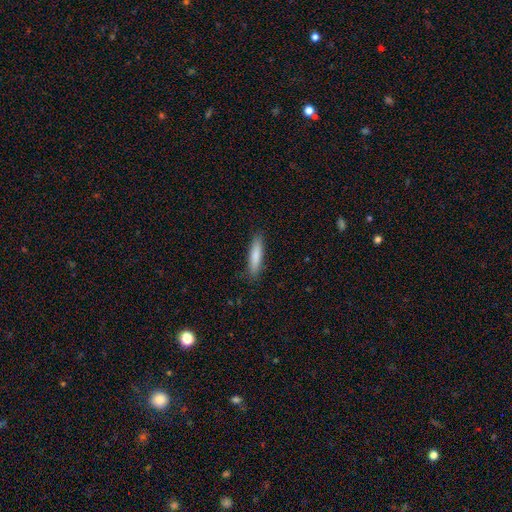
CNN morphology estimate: Q: Smooth or featured?
A: smooth (84%); runner-up: featured or disk (11%)
Q: How rounded?
A: cigar-shaped (79%); runner-up: in between (19%)
Q: Merging?
A: none (86%); runner-up: minor disturbance (10%)